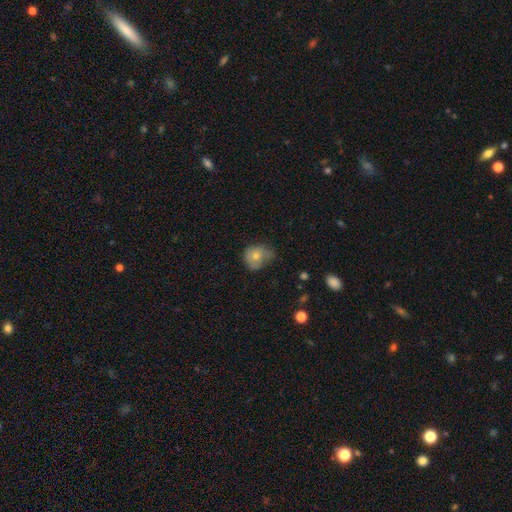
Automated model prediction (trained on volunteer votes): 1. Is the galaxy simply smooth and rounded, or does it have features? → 67% smooth, 22% featured or disk, 11% star or artifact.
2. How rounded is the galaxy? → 64% round, 35% in between, 1% cigar-shaped.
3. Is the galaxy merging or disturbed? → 42% none, 39% minor disturbance, 17% major disturbance, 2% merger.